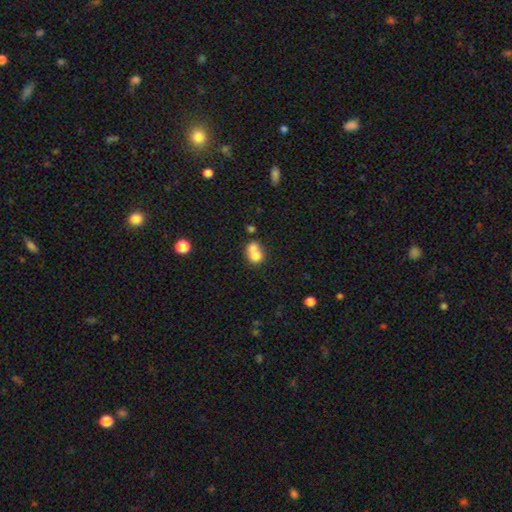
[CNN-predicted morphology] smooth_or_featured: smooth (p=0.71) [alt: featured or disk p=0.19]
how_rounded: round (p=0.64) [alt: in between p=0.35]
merging: merger (p=0.68) [alt: none p=0.22]